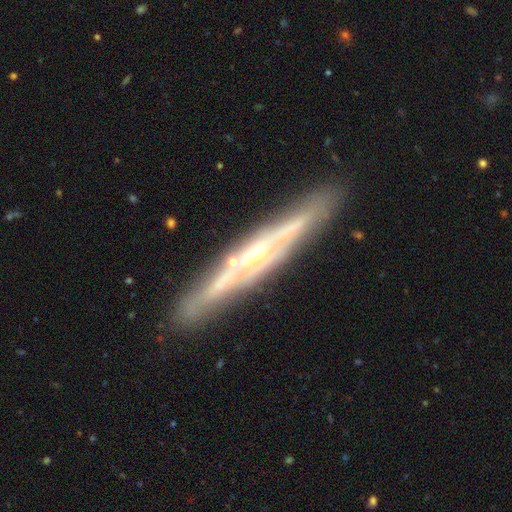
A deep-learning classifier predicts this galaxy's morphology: smooth_or_featured: featured or disk (p=0.80) [alt: smooth p=0.14]
disk_edge_on: yes (p=0.84) [alt: no p=0.16]
edge_on_bulge: rounded (p=0.68) [alt: none p=0.25]
merging: none (p=0.82) [alt: minor disturbance p=0.11]